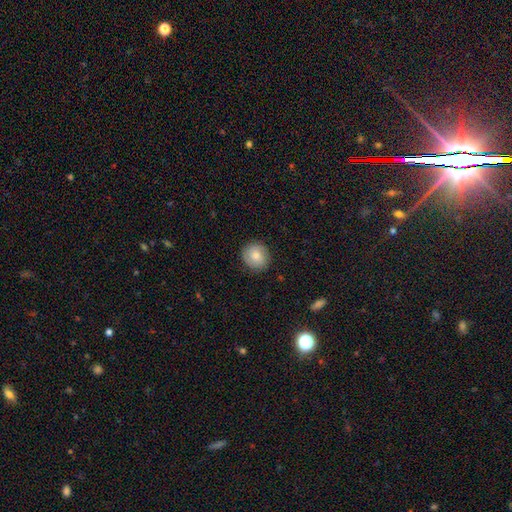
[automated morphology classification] Smooth or featured? Predicted: smooth (p=0.76). How rounded? Predicted: round (p=0.88). Merging? Predicted: none (p=0.87).